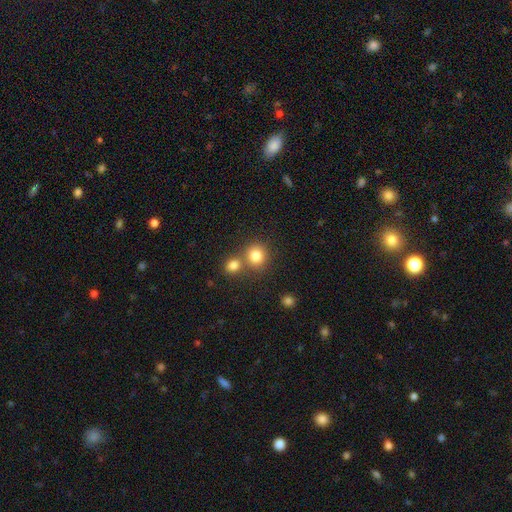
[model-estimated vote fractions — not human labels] Smooth or featured? Predicted: smooth (p=0.82). How rounded? Predicted: round (p=0.86). Merging? Predicted: none (p=0.58).